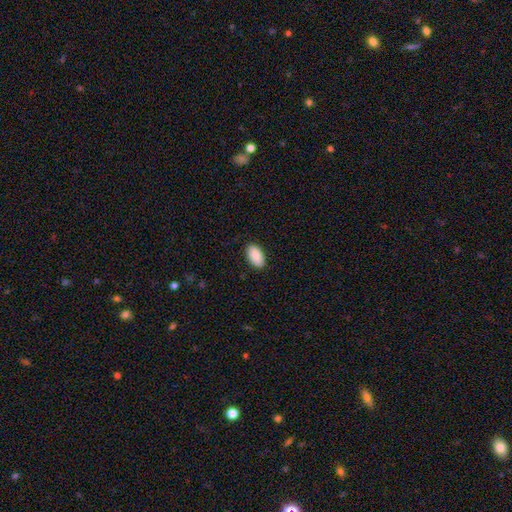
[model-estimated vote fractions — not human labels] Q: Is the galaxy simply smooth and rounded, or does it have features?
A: smooth — 89%.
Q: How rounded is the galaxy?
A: in between — 95%.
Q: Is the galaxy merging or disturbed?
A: none — 89%.